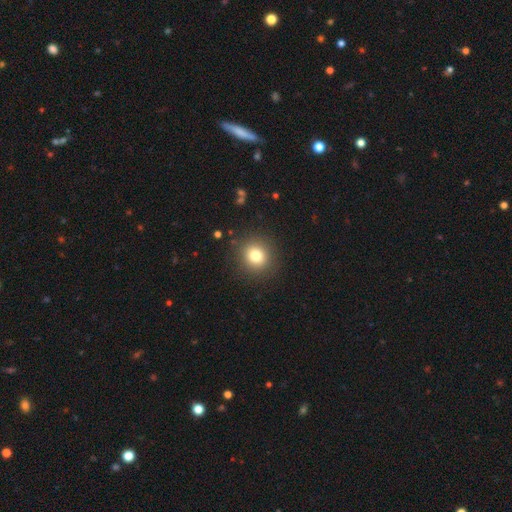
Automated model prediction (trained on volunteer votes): A smooth galaxy with no disk features (79%) that is round (87%). Merging: none (89%).